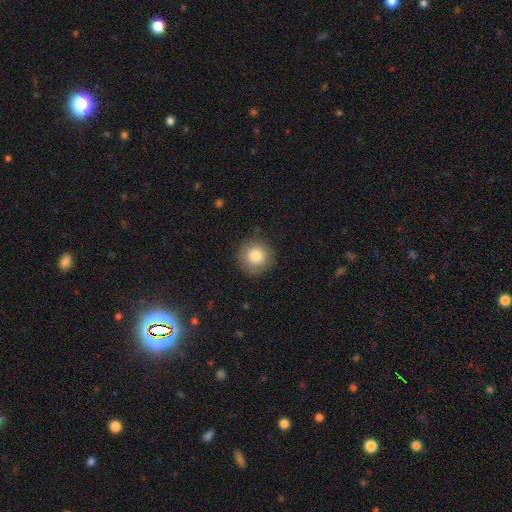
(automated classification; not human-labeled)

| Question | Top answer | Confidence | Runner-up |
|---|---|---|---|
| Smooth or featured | smooth | 83% | star or artifact (9%) |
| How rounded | round | 95% | in between (4%) |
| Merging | none | 85% | minor disturbance (11%) |